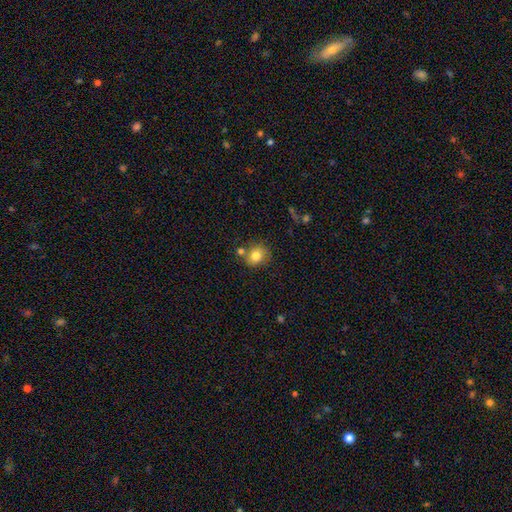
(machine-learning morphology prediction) smooth_or_featured: smooth (p=0.80) [alt: featured or disk p=0.11]
how_rounded: round (p=0.72) [alt: in between p=0.27]
merging: none (p=0.67) [alt: merger p=0.15]